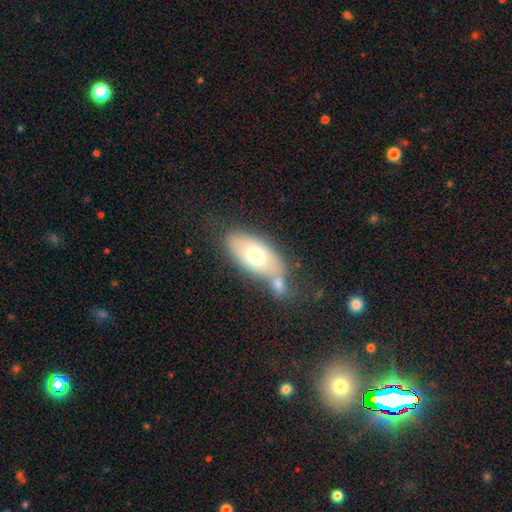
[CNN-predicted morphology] A smooth galaxy with no disk features (64%) that is in between round and cigar-shaped (88%). Merging: none (44%).